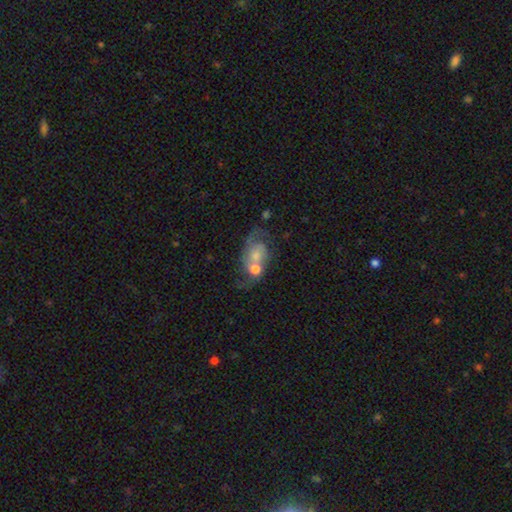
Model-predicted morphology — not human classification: featured or disk 65%, smooth 24%, star or artifact 11%. Down the decision tree: edge-on disk — no (97%); bar — no (75%); spiral arms — yes (83%); spiral arm count — 2 (72%); spiral winding — medium (44%); bulge size — moderate (45%); merging — merger (39%).